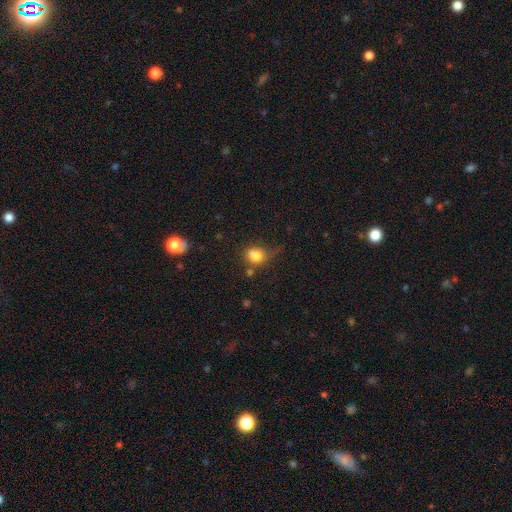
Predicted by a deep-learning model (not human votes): Smooth or featured?
  - smooth: 78% *
  - star or artifact: 12%
  - featured or disk: 10%
How rounded?
  - round: 55% *
  - in between: 44%
  - cigar-shaped: 2%
Merging?
  - none: 37% *
  - minor disturbance: 28%
  - major disturbance: 18%
  - merger: 17%